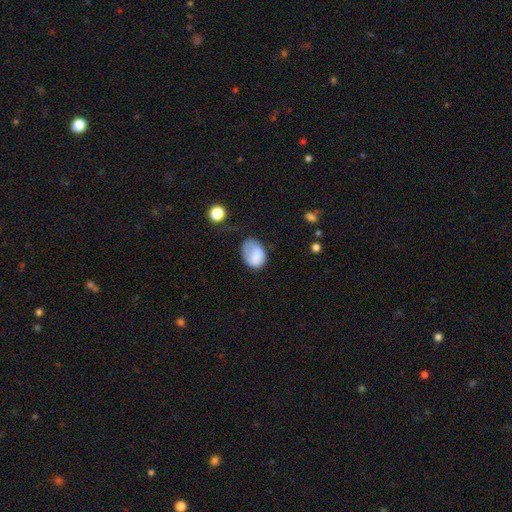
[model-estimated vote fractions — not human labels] A smooth galaxy with no disk features (79%) that is in between round and cigar-shaped (75%).

Vote fractions:
- Smooth or featured? smooth: 79% / featured or disk: 13% / star or artifact: 9%
- How rounded? in between: 75% / round: 24% / cigar-shaped: 1%
- Merging? none: 38% / minor disturbance: 34% / major disturbance: 24% / merger: 3%